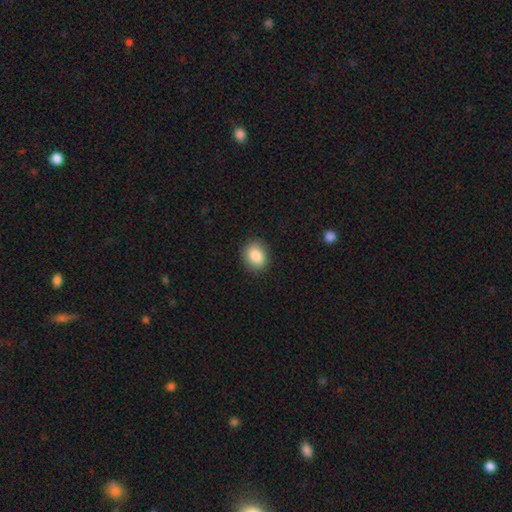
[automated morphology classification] Smooth or featured? Predicted: smooth (p=0.86). How rounded? Predicted: round (p=0.54). Merging? Predicted: none (p=0.89).